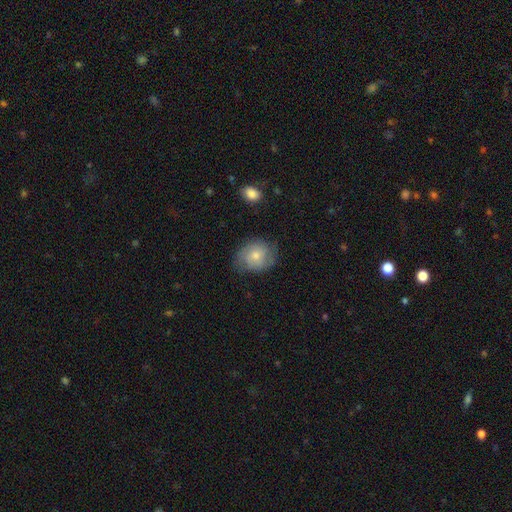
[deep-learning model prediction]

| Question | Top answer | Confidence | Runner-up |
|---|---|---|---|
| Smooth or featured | smooth | 67% | featured or disk (26%) |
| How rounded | round | 60% | in between (39%) |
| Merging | none | 66% | minor disturbance (25%) |